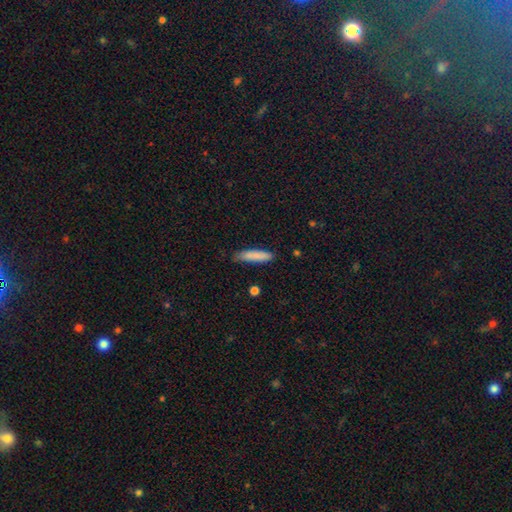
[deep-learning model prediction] smooth_or_featured: smooth (p=0.85) [alt: featured or disk p=0.09]
how_rounded: cigar-shaped (p=0.79) [alt: in between p=0.20]
merging: none (p=0.76) [alt: minor disturbance p=0.19]